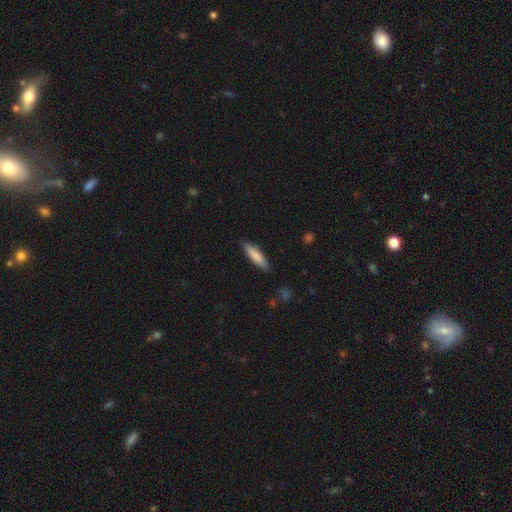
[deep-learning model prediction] This appears to be a smooth galaxy with no disk features (80%) that is cigar-shaped (76%). Merging: none (86%).